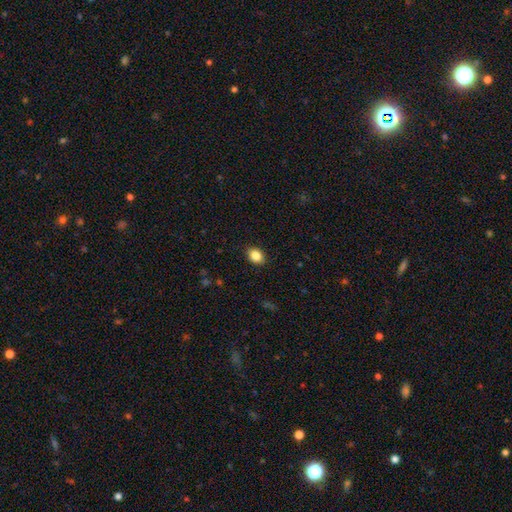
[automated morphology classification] A smooth galaxy with no disk features (86%) that is in between round and cigar-shaped (68%).

Vote fractions:
- Smooth or featured? smooth: 86% / star or artifact: 9% / featured or disk: 5%
- How rounded? in between: 68% / round: 31% / cigar-shaped: 1%
- Merging? none: 89% / minor disturbance: 8% / major disturbance: 2% / merger: 1%